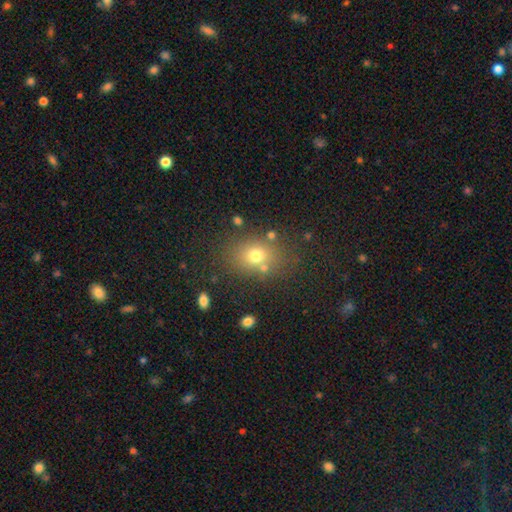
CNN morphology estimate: type=smooth (72%); roundness=in between (50%); merging=none (75%).